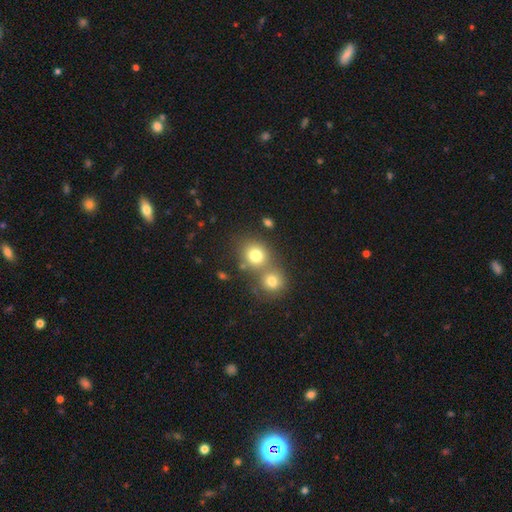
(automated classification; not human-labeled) Overall: smooth (77%). How rounded: round (80%). Merging: merger (45%; none 44%).